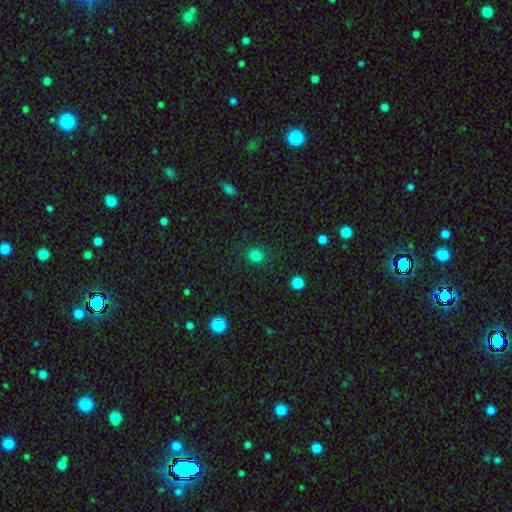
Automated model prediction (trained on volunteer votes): Q: Smooth or featured?
A: smooth (80%); runner-up: star or artifact (16%)
Q: How rounded?
A: round (83%); runner-up: in between (16%)
Q: Merging?
A: none (85%); runner-up: minor disturbance (9%)